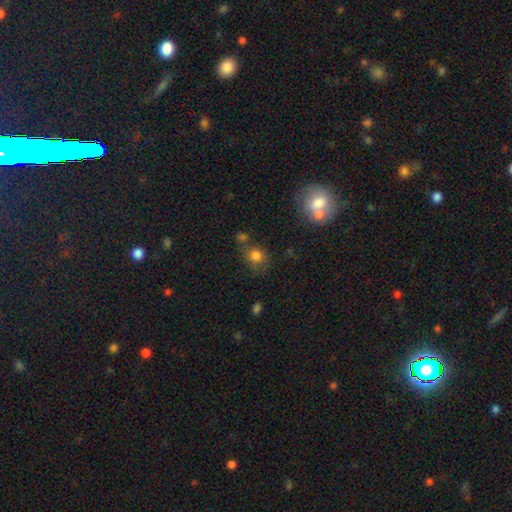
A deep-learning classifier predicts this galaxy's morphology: type=smooth (78%); roundness=round (75%); merging=none (58%).